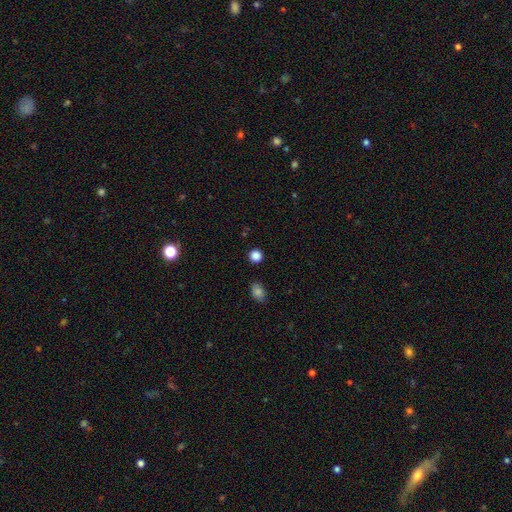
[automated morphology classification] type=smooth (85%); roundness=round (91%); merging=none (89%).